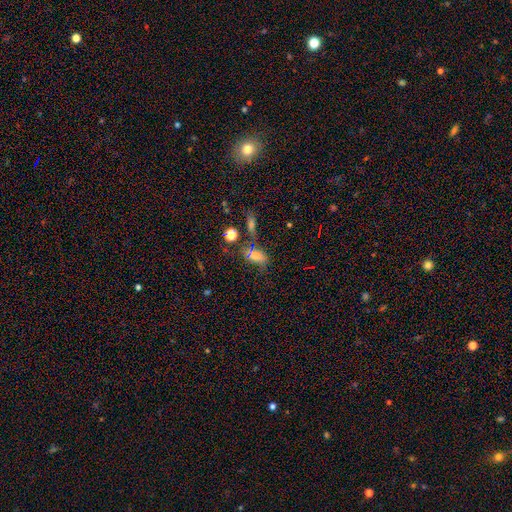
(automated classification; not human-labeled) A smooth galaxy with no disk features (63%) that is in between round and cigar-shaped (79%). Merging: none (46%).